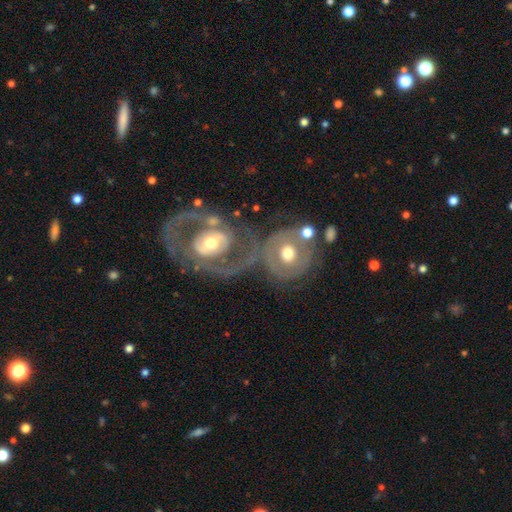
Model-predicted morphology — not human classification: A featured or disk galaxy (78%) with no bar (51%), 2 (58%) tight (48%) spiral arms (82%) and a moderate central bulge (58%).

Vote fractions:
- Smooth or featured? featured or disk: 78% / smooth: 13% / star or artifact: 9%
- Edge-on disk? no: 96% / yes: 4%
- Bar? no: 51% / weak: 33% / strong: 16%
- Spiral arms? yes: 82% / no: 18%
- Spiral winding? tight: 48% / medium: 38% / loose: 14%
- Spiral arm count? 2: 58% / can't tell: 21% / 1: 9% / 3: 5% / 4: 3% / more than 4: 3%
- Bulge size? moderate: 58% / small: 29% / large: 8% / none: 3% / dominant: 2%
- Merging? merger: 55% / none: 26% / major disturbance: 10% / minor disturbance: 9%